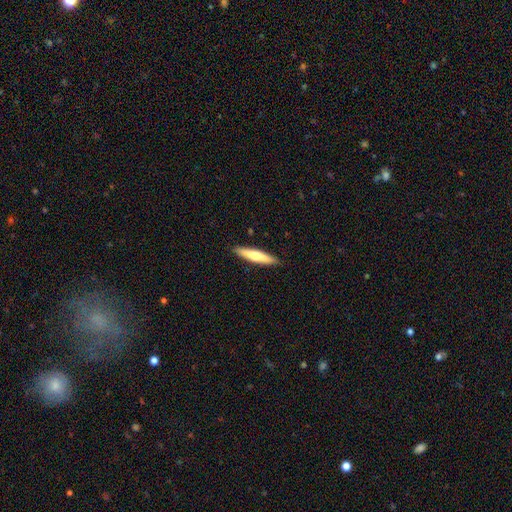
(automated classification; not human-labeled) This appears to be a smooth galaxy with no disk features (63%) that is cigar-shaped (87%). Merging: none (90%).